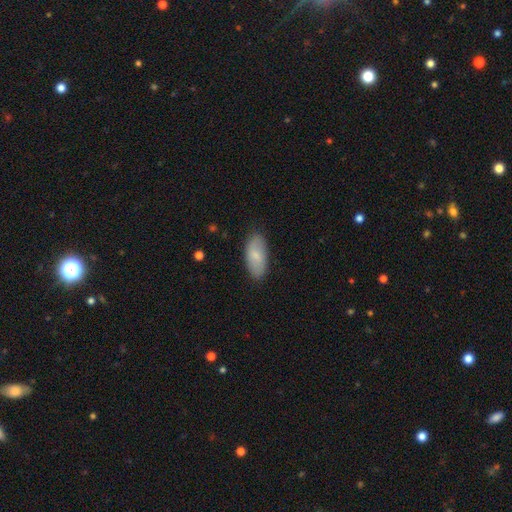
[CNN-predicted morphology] smooth 76%, featured or disk 18%, star or artifact 6%. Down the decision tree: how rounded — in between (90%); merging — none (85%).